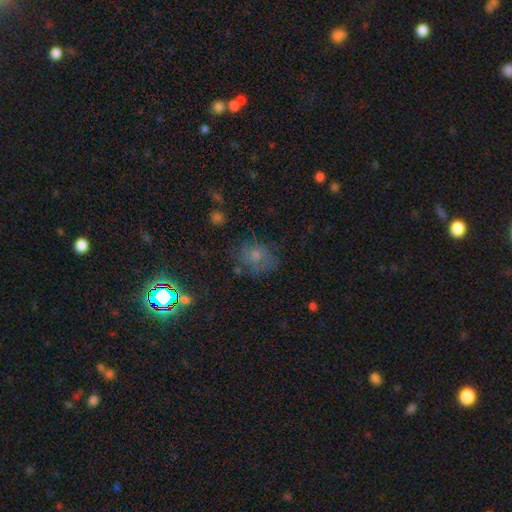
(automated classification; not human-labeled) A smooth galaxy with no disk features (50%). Merging: none (57%).